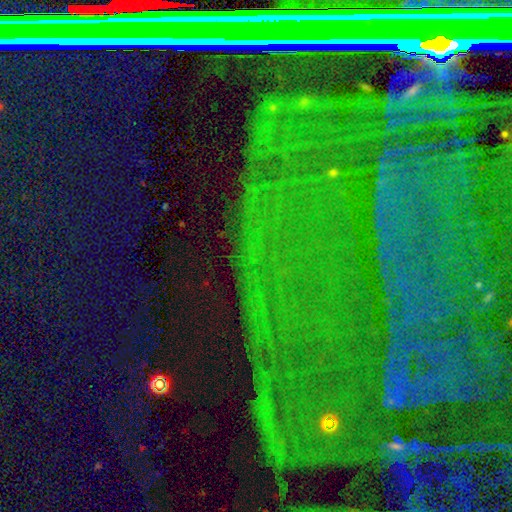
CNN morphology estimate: A star or artifact, not a galaxy (87%).